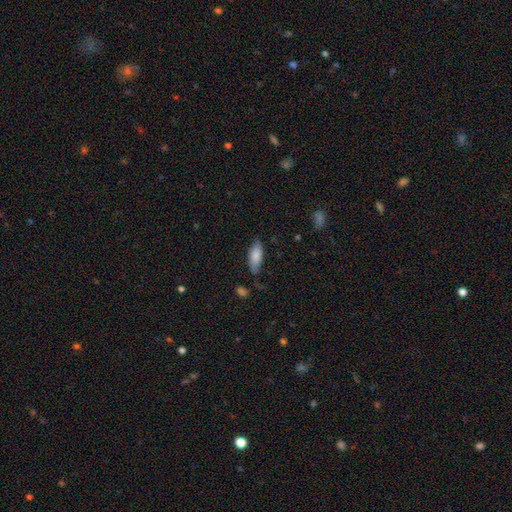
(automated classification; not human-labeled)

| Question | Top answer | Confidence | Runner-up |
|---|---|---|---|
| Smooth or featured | smooth | 82% | featured or disk (12%) |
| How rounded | in between | 76% | cigar-shaped (22%) |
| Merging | none | 67% | minor disturbance (25%) |